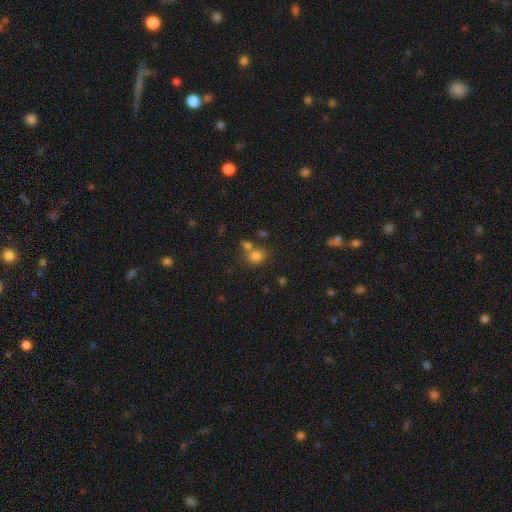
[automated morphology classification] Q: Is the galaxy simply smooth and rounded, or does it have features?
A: smooth — 79%.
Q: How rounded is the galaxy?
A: round — 59%.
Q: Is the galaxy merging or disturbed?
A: none — 55%.